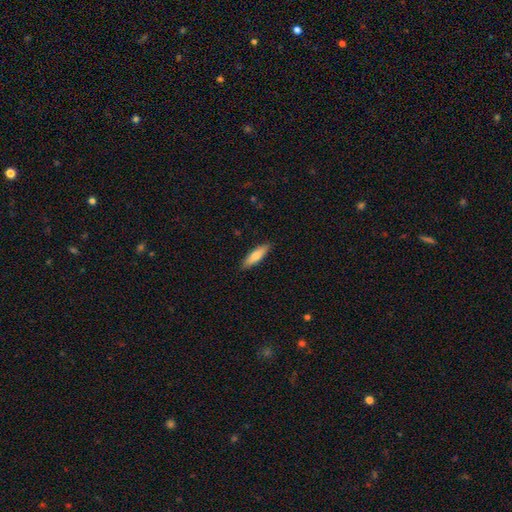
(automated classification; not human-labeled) A smooth galaxy with no disk features (73%) that is cigar-shaped (62%). Merging: none (88%).